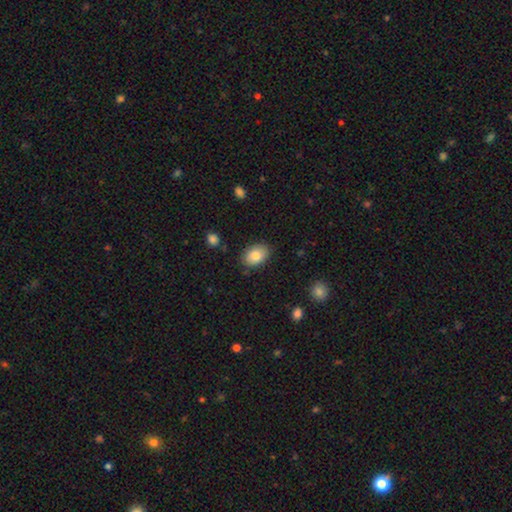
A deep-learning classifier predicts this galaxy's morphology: Q: Smooth or featured?
A: smooth (83%); runner-up: featured or disk (10%)
Q: How rounded?
A: in between (83%); runner-up: round (16%)
Q: Merging?
A: none (84%); runner-up: minor disturbance (12%)